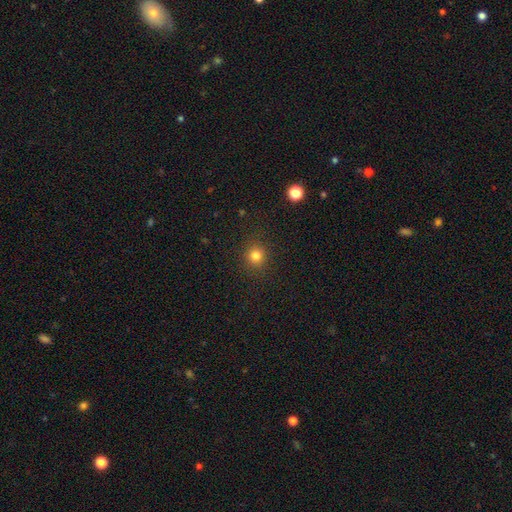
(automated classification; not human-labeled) This is clearly a smooth galaxy (81%). How rounded: clearly round (90%). Merging: clearly none (90%).